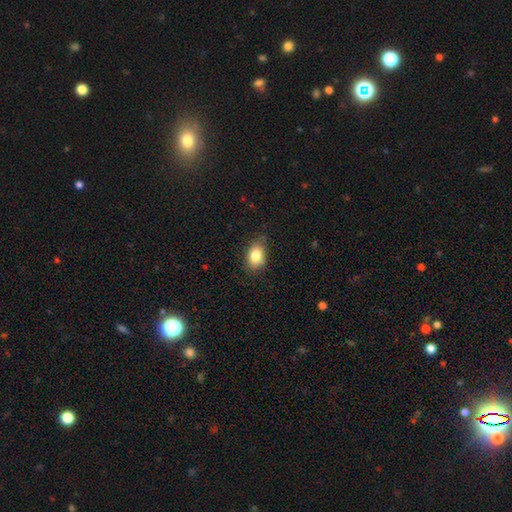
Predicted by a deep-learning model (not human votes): This appears to be a smooth galaxy with no disk features (83%) that is in between round and cigar-shaped (79%). Merging: none (74%).